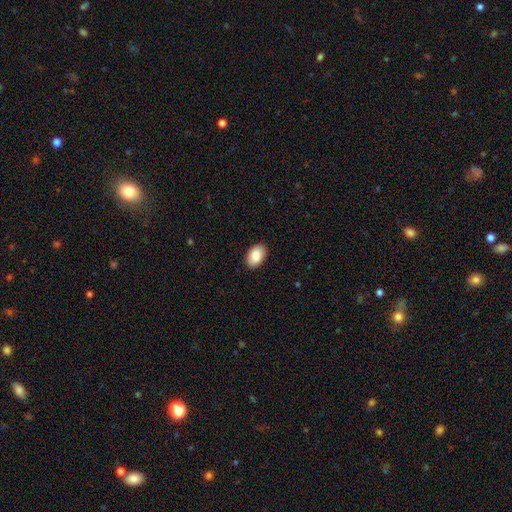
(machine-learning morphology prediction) Smooth or featured?
  - smooth: 87% *
  - featured or disk: 7%
  - star or artifact: 6%
How rounded?
  - in between: 92% *
  - round: 7%
  - cigar-shaped: 1%
Merging?
  - none: 90% *
  - minor disturbance: 8%
  - major disturbance: 2%
  - merger: 1%